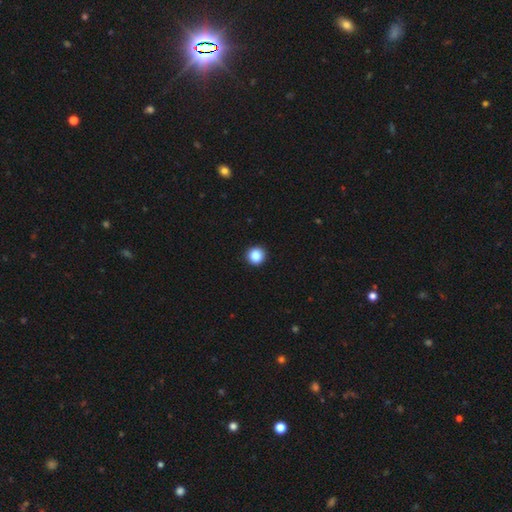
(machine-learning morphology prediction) Smooth or featured? smooth (86%)
How rounded? round (93%)
Merging? none (93%)